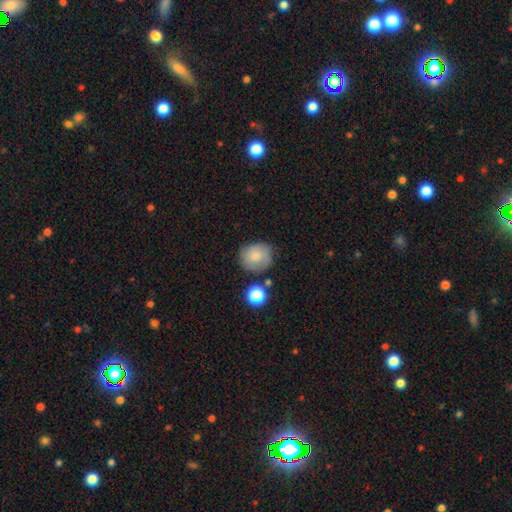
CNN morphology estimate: smooth_or_featured: smooth (p=0.77) [alt: featured or disk p=0.14]
how_rounded: round (p=0.83) [alt: in between p=0.16]
merging: none (p=0.73) [alt: minor disturbance p=0.16]